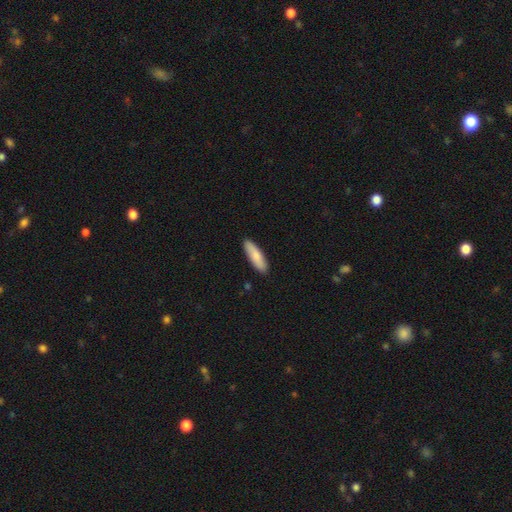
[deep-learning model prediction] Smooth or featured? Predicted: smooth (p=0.81). How rounded? Predicted: cigar-shaped (p=0.58). Merging? Predicted: none (p=0.89).